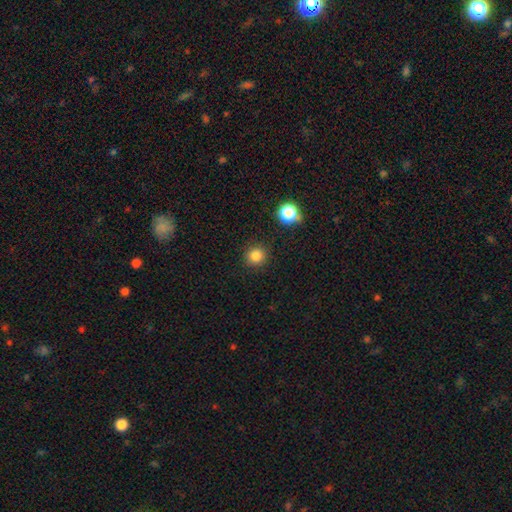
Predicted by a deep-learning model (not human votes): smooth 82%, star or artifact 13%, featured or disk 4%. Down the decision tree: how rounded — round (94%); merging — none (91%).